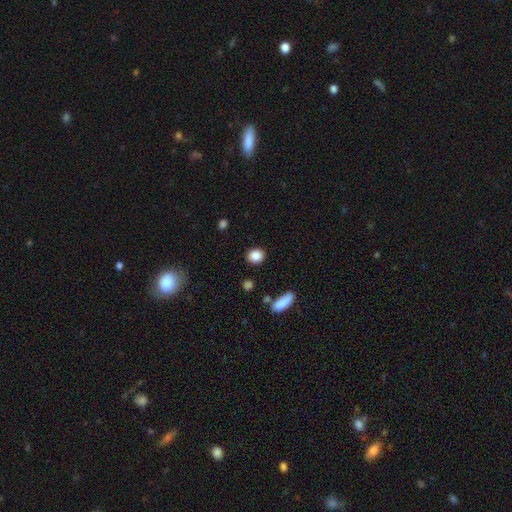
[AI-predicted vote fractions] A smooth galaxy with no disk features (87%) that is round (67%).

Vote fractions:
- Smooth or featured? smooth: 87% / star or artifact: 9% / featured or disk: 4%
- How rounded? round: 67% / in between: 31% / cigar-shaped: 2%
- Merging? none: 87% / minor disturbance: 9% / major disturbance: 3% / merger: 2%